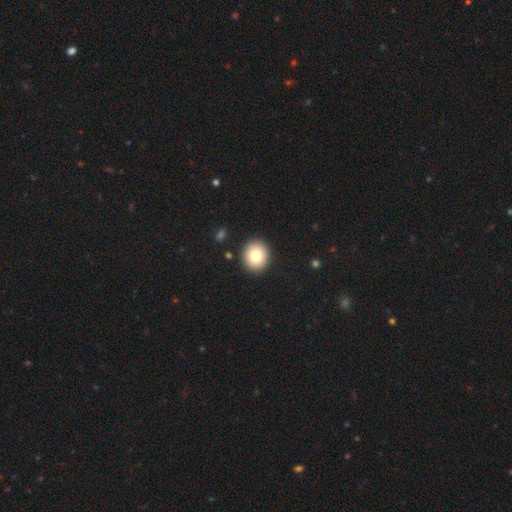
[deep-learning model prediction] Smooth or featured?
  - smooth: 81% *
  - featured or disk: 10%
  - star or artifact: 9%
How rounded?
  - round: 82% *
  - in between: 17%
  - cigar-shaped: 1%
Merging?
  - none: 91% *
  - minor disturbance: 6%
  - major disturbance: 2%
  - merger: 1%